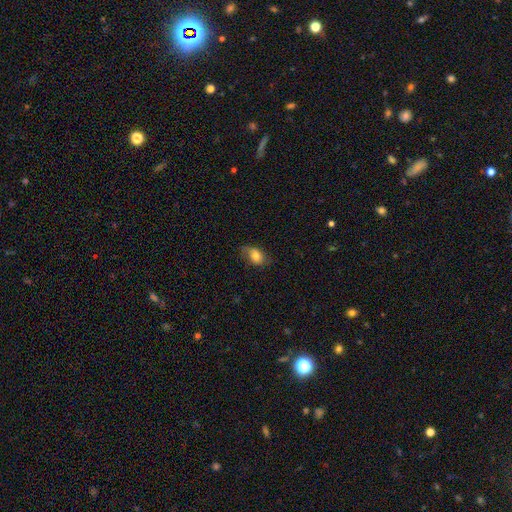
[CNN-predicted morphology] The model was most divided on "merging": none: 66%, minor disturbance: 25%, major disturbance: 8%, merger: 1%. More confident: how rounded — in between (82%); smooth or featured — smooth (73%).